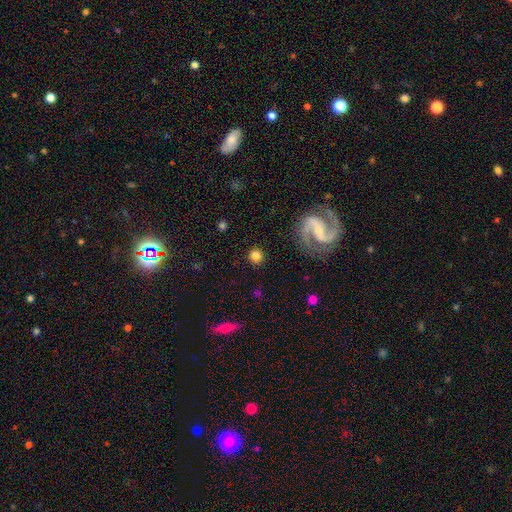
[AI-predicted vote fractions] Q: Smooth or featured?
A: smooth (73%); runner-up: featured or disk (16%)
Q: How rounded?
A: round (94%); runner-up: in between (5%)
Q: Merging?
A: none (89%); runner-up: minor disturbance (6%)